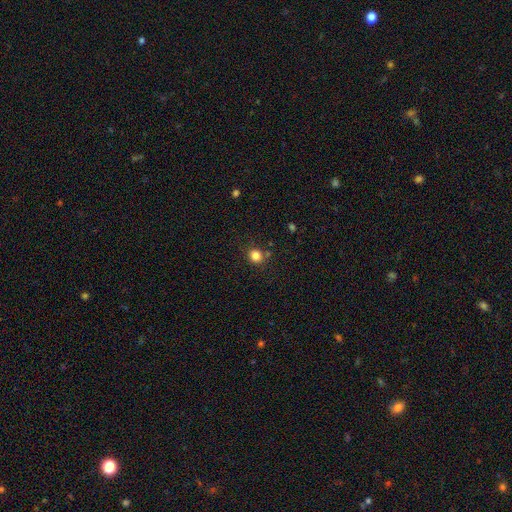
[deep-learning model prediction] A smooth galaxy with no disk features (82%) that is round (83%).

Vote fractions:
- Smooth or featured? smooth: 82% / star or artifact: 13% / featured or disk: 5%
- How rounded? round: 83% / in between: 17% / cigar-shaped: 1%
- Merging? none: 79% / minor disturbance: 11% / merger: 6% / major disturbance: 3%